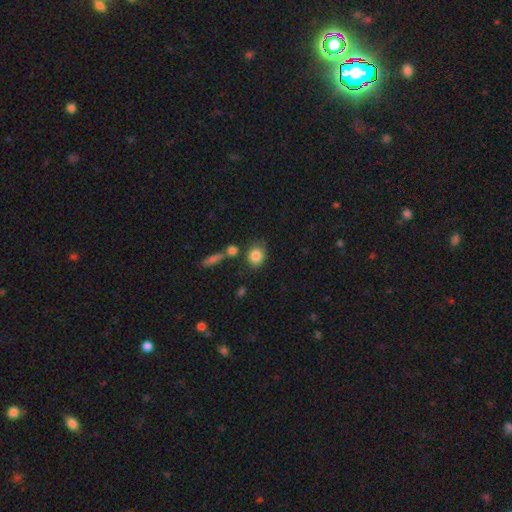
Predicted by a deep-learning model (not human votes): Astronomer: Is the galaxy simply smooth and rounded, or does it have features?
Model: smooth — 84%.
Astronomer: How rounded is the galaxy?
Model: round — 67%.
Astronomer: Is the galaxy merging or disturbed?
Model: none — 68%.